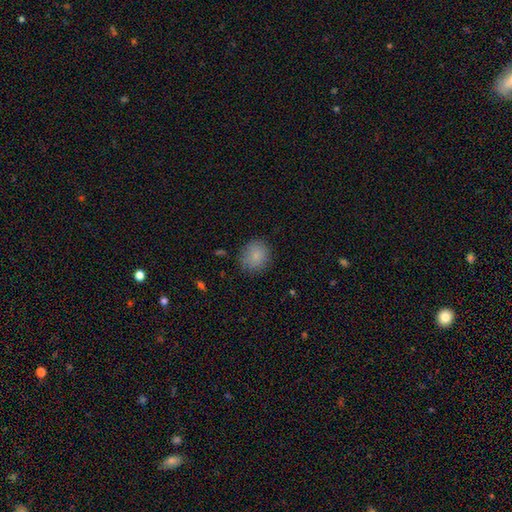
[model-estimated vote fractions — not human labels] Q: Smooth or featured?
A: smooth (85%); runner-up: star or artifact (9%)
Q: How rounded?
A: round (79%); runner-up: in between (20%)
Q: Merging?
A: none (82%); runner-up: minor disturbance (13%)